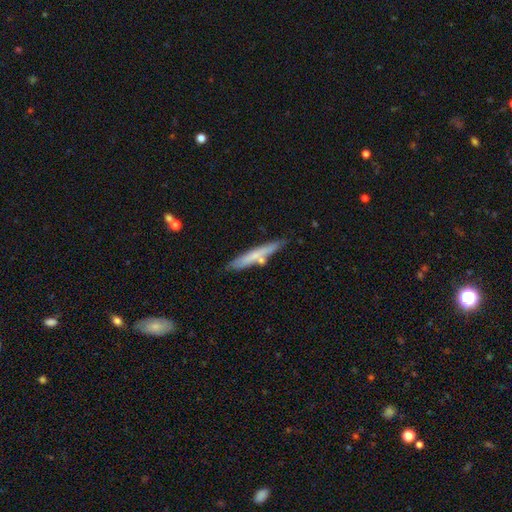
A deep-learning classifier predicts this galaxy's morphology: Overall: smooth (57%; featured or disk 37%). How rounded: cigar-shaped (92%). Merging: none (74%).